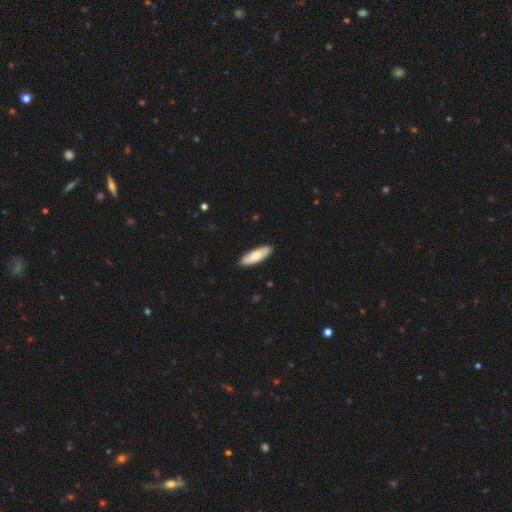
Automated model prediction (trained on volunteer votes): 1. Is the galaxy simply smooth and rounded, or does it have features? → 74% smooth, 21% featured or disk, 5% star or artifact.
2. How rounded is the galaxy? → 50% in between, 49% cigar-shaped, 2% round.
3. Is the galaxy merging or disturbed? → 89% none, 8% minor disturbance, 2% major disturbance, 1% merger.